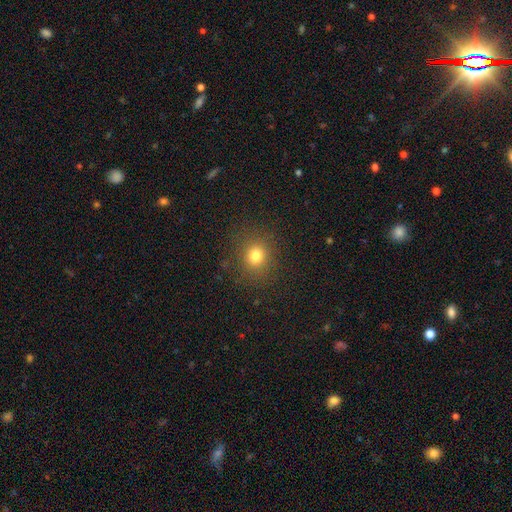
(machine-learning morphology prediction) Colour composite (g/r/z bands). It shows a smooth galaxy with no disk features (77%) that is round (81%). Merging: none (87%).